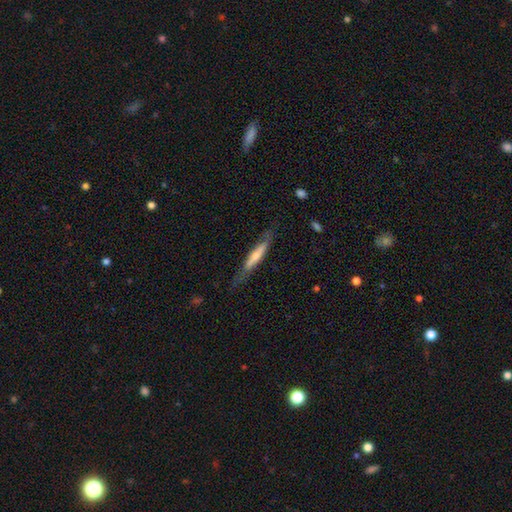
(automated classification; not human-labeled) smooth_or_featured: featured or disk (p=0.48) [alt: smooth p=0.46]
merging: none (p=0.68) [alt: minor disturbance p=0.22]